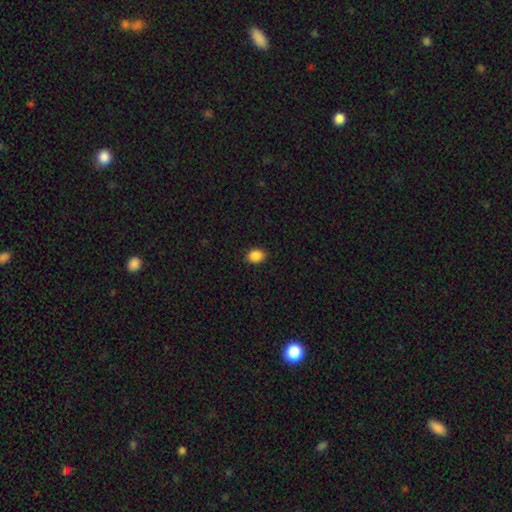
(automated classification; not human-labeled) A smooth galaxy with no disk features (89%) that is in between round and cigar-shaped (71%). Merging: none (89%).